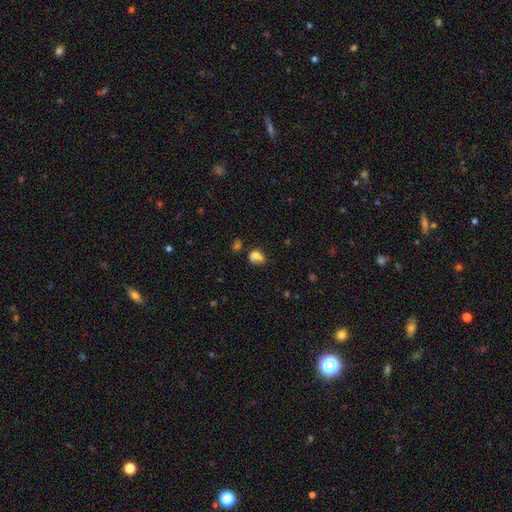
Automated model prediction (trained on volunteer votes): Smooth or featured: smooth — 72% (featured or disk — 16%)
How rounded: round — 53% (in between — 46%)
Merging: merger — 34% (none — 31%)